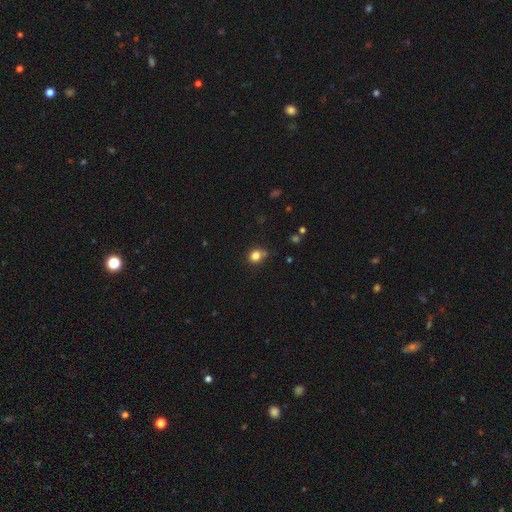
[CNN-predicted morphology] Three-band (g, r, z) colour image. It shows a smooth galaxy with no disk features (82%) that is round (77%). Merging: none (69%).